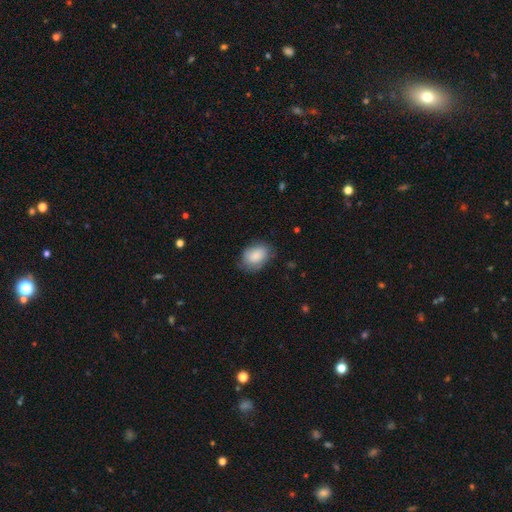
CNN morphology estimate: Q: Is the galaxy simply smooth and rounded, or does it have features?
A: smooth — 84%.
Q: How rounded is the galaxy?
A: in between — 79%.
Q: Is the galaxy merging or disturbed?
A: none — 70%.